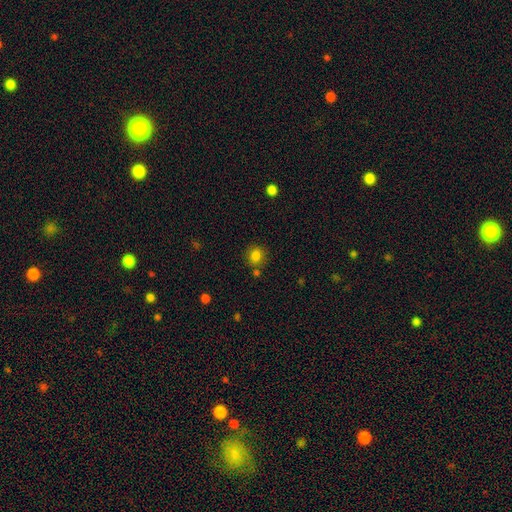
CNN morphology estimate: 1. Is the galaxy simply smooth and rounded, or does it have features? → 82% smooth, 12% star or artifact, 5% featured or disk.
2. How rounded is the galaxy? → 77% round, 22% in between, 1% cigar-shaped.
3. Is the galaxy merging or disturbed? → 76% none, 12% minor disturbance, 9% merger, 4% major disturbance.